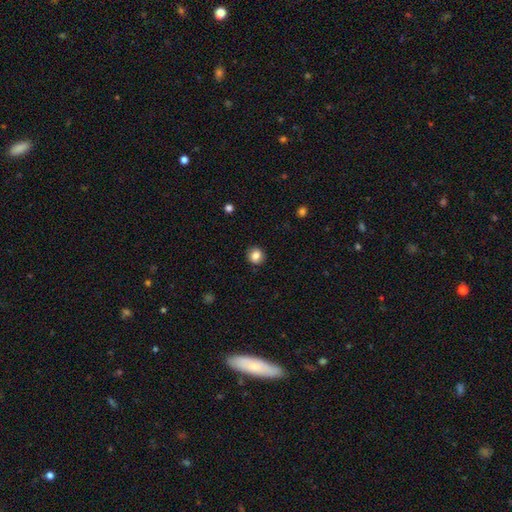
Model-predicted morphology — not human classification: Overall: smooth (82%). How rounded: round (87%). Merging: none (90%).